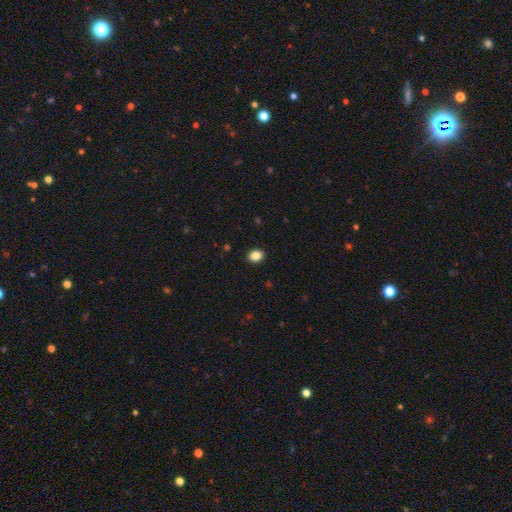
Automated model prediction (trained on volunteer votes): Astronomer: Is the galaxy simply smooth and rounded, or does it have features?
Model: smooth — 86%.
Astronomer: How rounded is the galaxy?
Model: round — 52% (runner-up: in between, 48%).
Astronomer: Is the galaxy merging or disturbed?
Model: none — 91%.